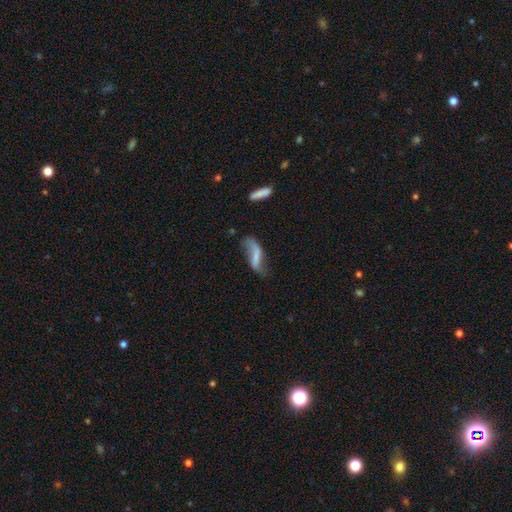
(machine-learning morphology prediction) A featured or disk galaxy (51%). Merging: none (39%).